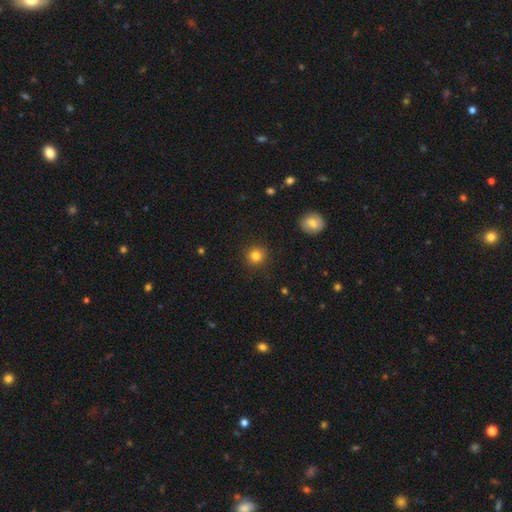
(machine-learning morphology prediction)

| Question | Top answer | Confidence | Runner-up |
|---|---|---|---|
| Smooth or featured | smooth | 83% | star or artifact (12%) |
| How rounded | round | 93% | in between (6%) |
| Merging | none | 91% | minor disturbance (6%) |